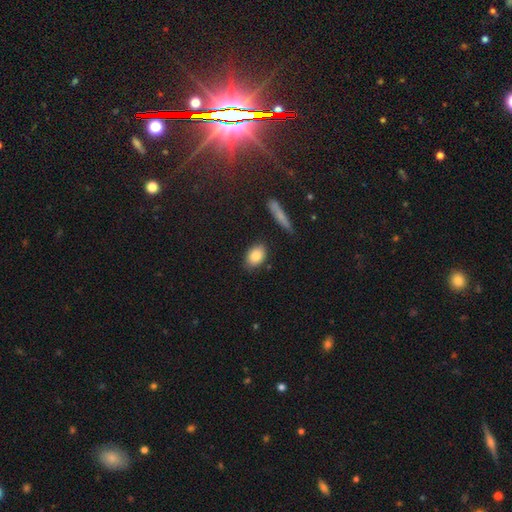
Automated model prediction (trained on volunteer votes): The model was most divided on "how rounded": in between: 81%, round: 17%, cigar-shaped: 2%. More confident: smooth or featured — smooth (85%); merging — none (83%).